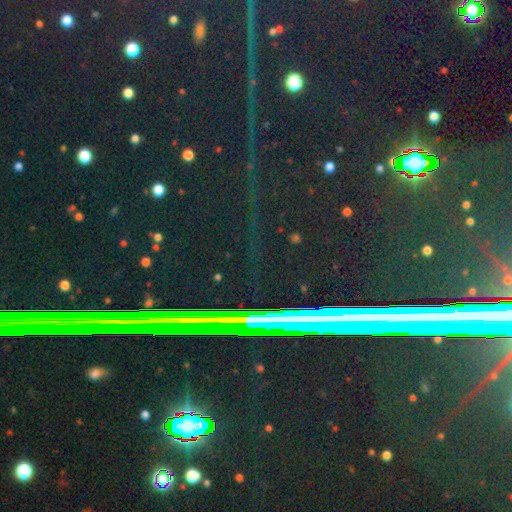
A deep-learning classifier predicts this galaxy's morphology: Q: Smooth or featured?
A: star or artifact (82%); runner-up: smooth (10%)